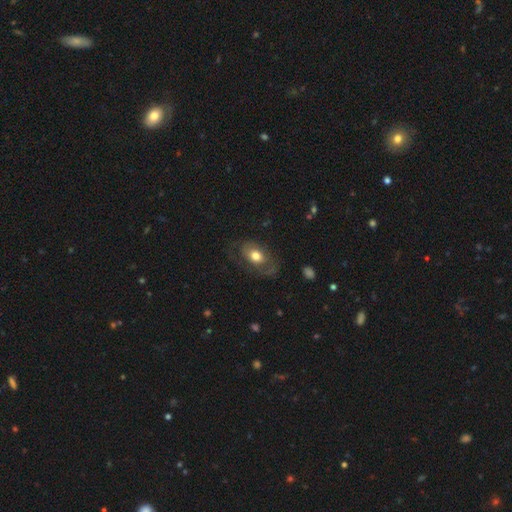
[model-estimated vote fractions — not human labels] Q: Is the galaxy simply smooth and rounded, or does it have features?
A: smooth — 54%.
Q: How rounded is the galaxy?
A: in between — 79%.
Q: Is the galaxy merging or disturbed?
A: none — 59%.